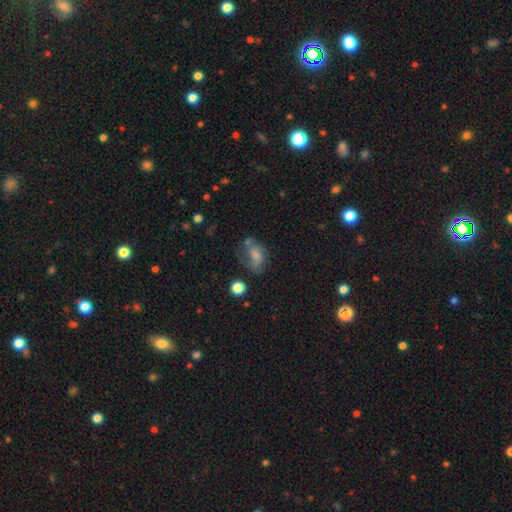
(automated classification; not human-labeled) Overall: smooth (56%; featured or disk 32%). How rounded: in between (79%). Merging: none (37%; major disturbance 27%).